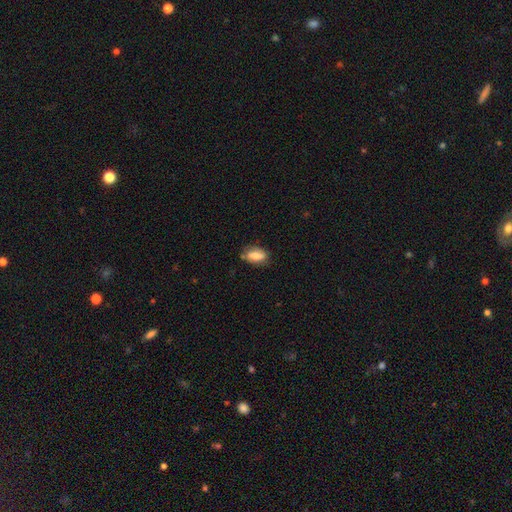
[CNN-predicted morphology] Overall: smooth (73%). How rounded: in between (89%). Merging: none (69%).